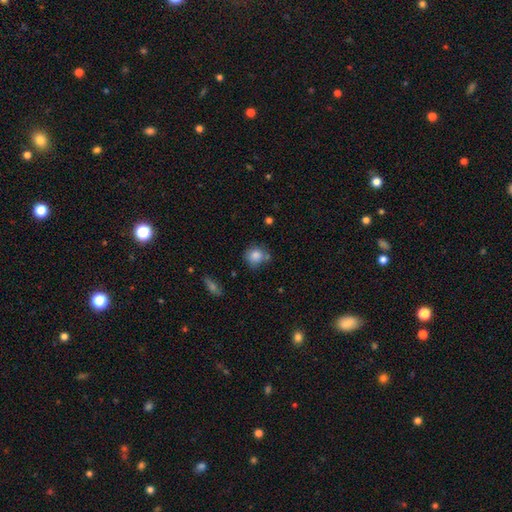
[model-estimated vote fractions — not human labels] Smooth or featured? Predicted: smooth (p=0.83). How rounded? Predicted: round (p=0.83). Merging? Predicted: none (p=0.61).